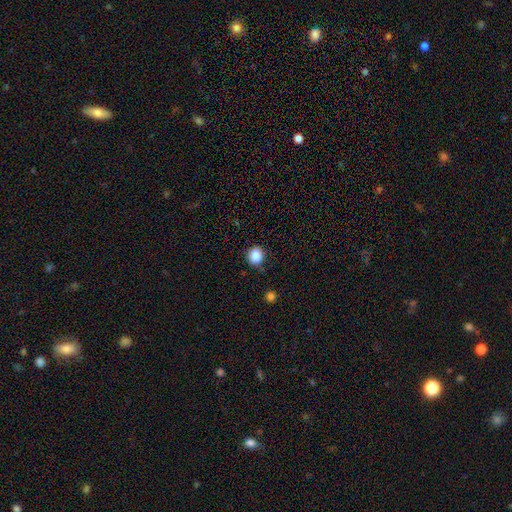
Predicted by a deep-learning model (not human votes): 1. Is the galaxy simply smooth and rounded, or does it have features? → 87% smooth, 10% star or artifact, 3% featured or disk.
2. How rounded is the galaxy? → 78% round, 21% in between, 1% cigar-shaped.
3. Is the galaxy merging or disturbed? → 83% none, 12% minor disturbance, 3% major disturbance, 2% merger.